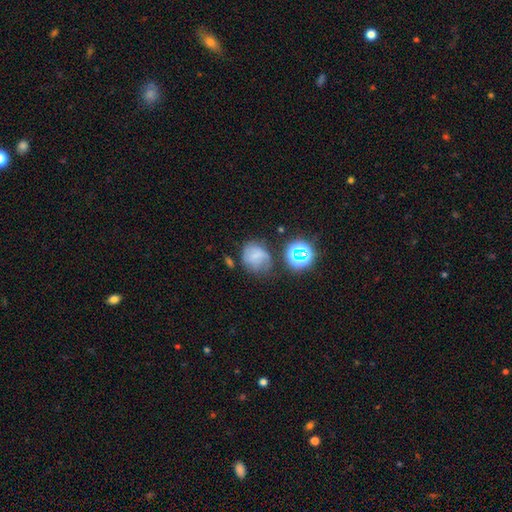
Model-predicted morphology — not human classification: Overall: smooth (55%; featured or disk 26%). How rounded: round (69%; in between 30%). Merging: none (46%; minor disturbance 30%).